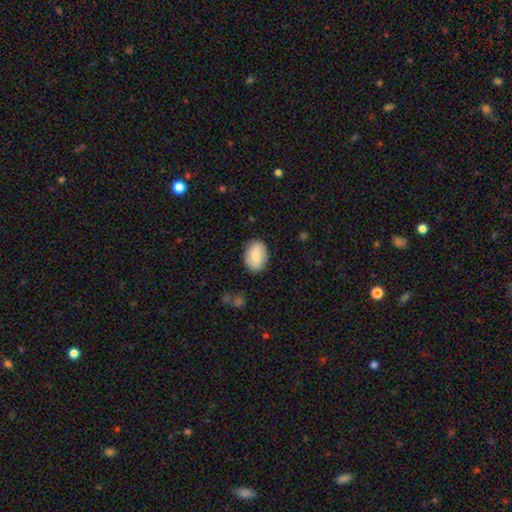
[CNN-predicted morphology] Smooth or featured? smooth (73%)
How rounded? in between (77%)
Merging? none (86%)